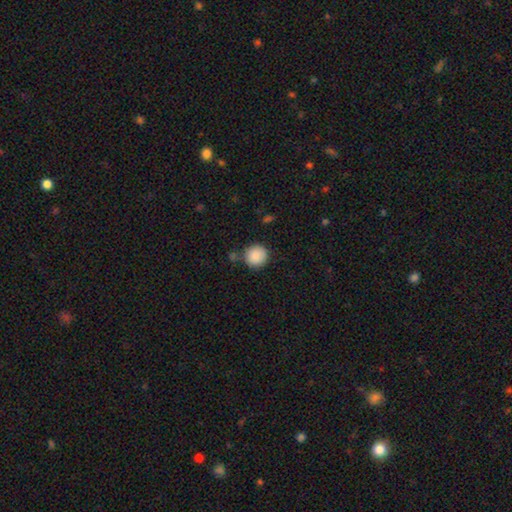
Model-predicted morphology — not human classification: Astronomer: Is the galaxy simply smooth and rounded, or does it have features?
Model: smooth — 89%.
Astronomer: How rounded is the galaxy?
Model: round — 92%.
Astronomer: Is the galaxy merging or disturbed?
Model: none — 81%.